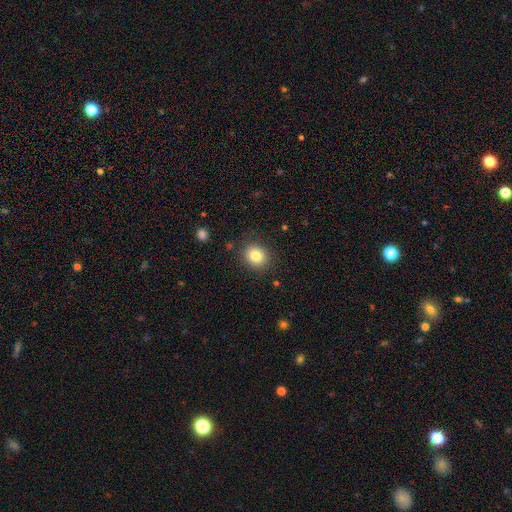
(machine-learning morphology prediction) This is clearly a smooth galaxy (82%). How rounded: likely round (74%). Merging: clearly none (86%).